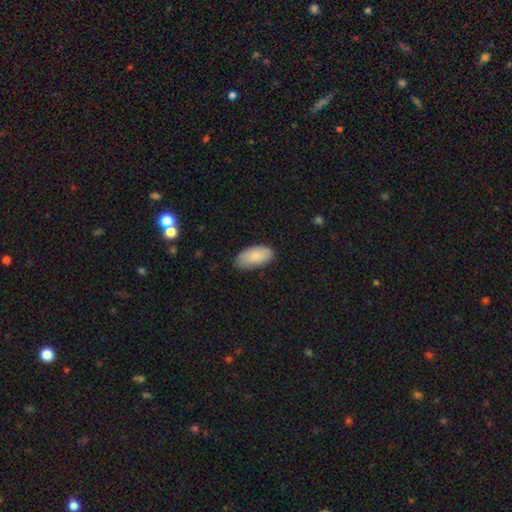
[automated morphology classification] Smooth or featured: smooth — 84% (featured or disk — 10%)
How rounded: in between — 95% (cigar-shaped — 3%)
Merging: none — 76% (minor disturbance — 20%)